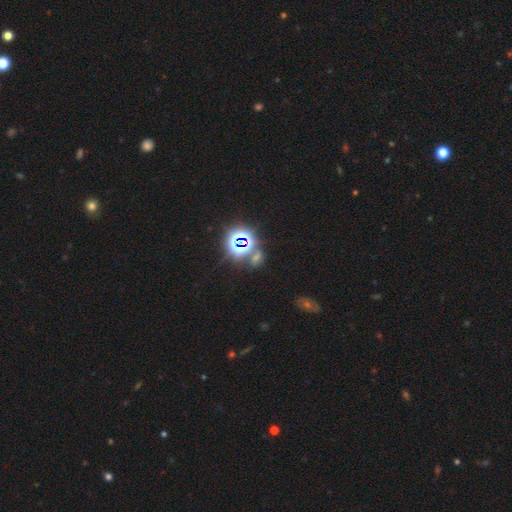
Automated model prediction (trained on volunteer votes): star or artifact 74%, smooth 17%, featured or disk 9%.